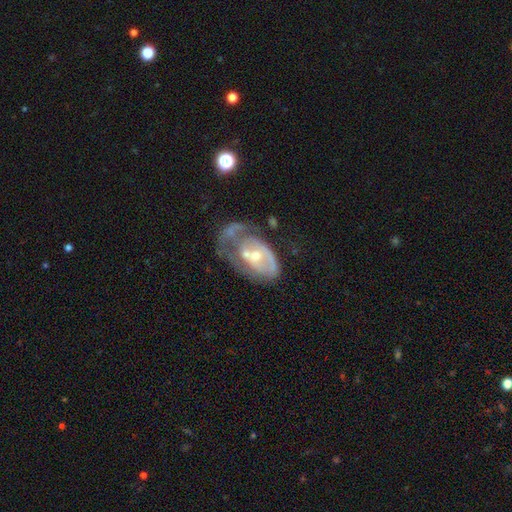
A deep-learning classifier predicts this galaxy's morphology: Smooth or featured?
  - featured or disk: 72% *
  - smooth: 22%
  - star or artifact: 7%
Edge-on disk?
  - no: 96% *
  - yes: 4%
Bar?
  - no: 72% *
  - weak: 24%
  - strong: 5%
Spiral arms?
  - yes: 58% *
  - no: 42%
Bulge size?
  - small: 47% *
  - moderate: 46%
  - none: 3%
  - large: 3%
  - dominant: 1%
Merging?
  - major disturbance: 37% *
  - merger: 26%
  - none: 20%
  - minor disturbance: 18%